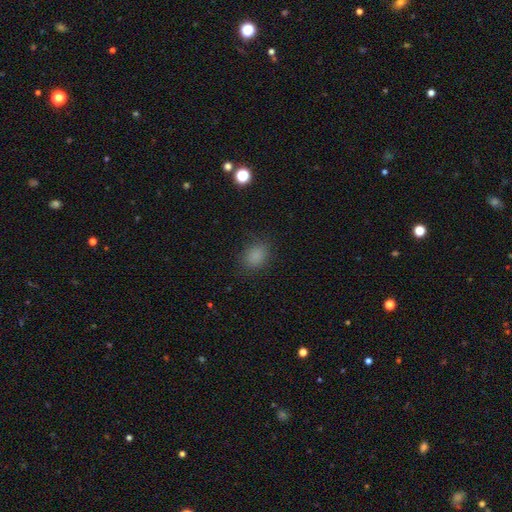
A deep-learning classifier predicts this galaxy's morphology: Q: Smooth or featured?
A: smooth (83%); runner-up: star or artifact (13%)
Q: How rounded?
A: in between (62%); runner-up: round (37%)
Q: Merging?
A: none (83%); runner-up: minor disturbance (12%)